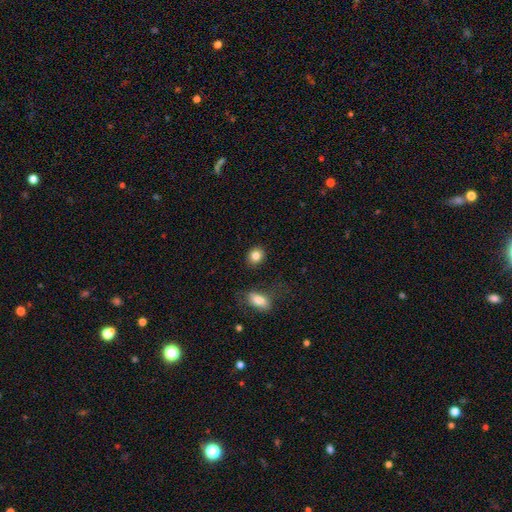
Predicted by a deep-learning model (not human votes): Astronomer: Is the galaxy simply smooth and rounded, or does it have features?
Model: smooth — 84%.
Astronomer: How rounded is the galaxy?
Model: round — 66%.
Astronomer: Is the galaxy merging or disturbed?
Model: none — 86%.